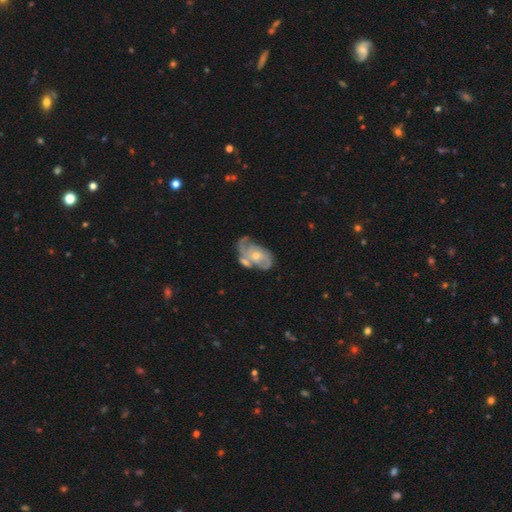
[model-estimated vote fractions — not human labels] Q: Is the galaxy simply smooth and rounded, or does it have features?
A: featured or disk — 76%.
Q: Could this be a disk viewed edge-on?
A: no — 96%.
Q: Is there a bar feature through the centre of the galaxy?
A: no — 69%.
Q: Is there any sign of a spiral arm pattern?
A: yes — 87%.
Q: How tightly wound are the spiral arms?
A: medium — 43%.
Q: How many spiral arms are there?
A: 2 — 53%.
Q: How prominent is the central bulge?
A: moderate — 48%.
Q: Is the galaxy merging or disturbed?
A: none — 34%.